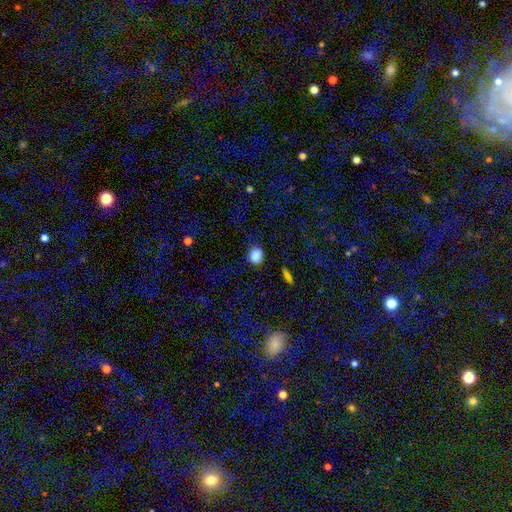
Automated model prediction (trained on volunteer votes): Overall: smooth (86%). How rounded: round (70%). Merging: none (81%).